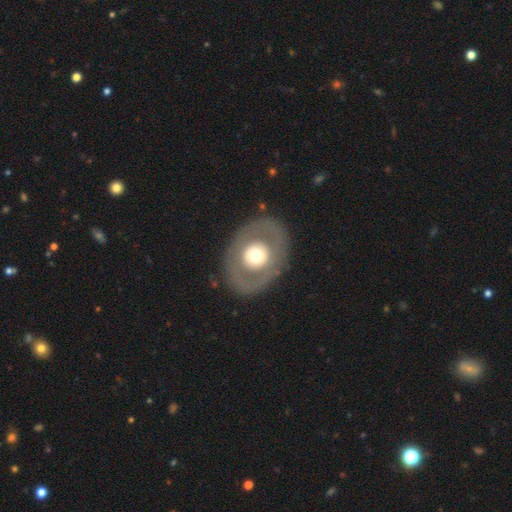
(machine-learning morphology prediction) smooth_or_featured: featured or disk (p=0.51) [alt: smooth p=0.43]
disk_edge_on: no (p=0.93) [alt: yes p=0.07]
merging: none (p=0.82) [alt: minor disturbance p=0.10]